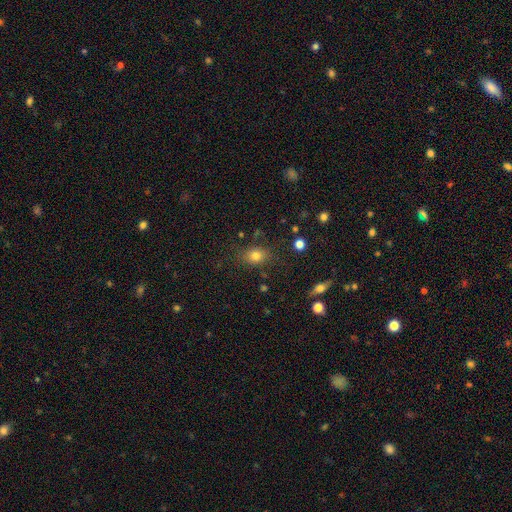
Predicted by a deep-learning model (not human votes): A smooth galaxy with no disk features (78%) that is in between round and cigar-shaped (58%).

Vote fractions:
- Smooth or featured? smooth: 78% / star or artifact: 13% / featured or disk: 9%
- How rounded? in between: 58% / round: 40% / cigar-shaped: 2%
- Merging? none: 79% / minor disturbance: 14% / major disturbance: 5% / merger: 3%